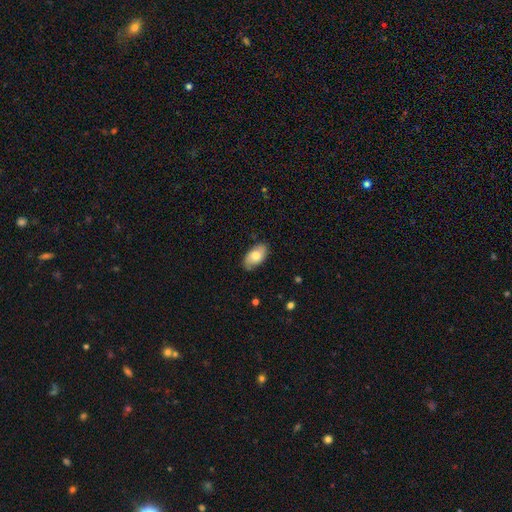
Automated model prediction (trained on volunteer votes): Smooth or featured?
  - smooth: 74% *
  - featured or disk: 20%
  - star or artifact: 6%
How rounded?
  - in between: 94% *
  - round: 4%
  - cigar-shaped: 2%
Merging?
  - none: 80% *
  - minor disturbance: 16%
  - major disturbance: 3%
  - merger: 1%